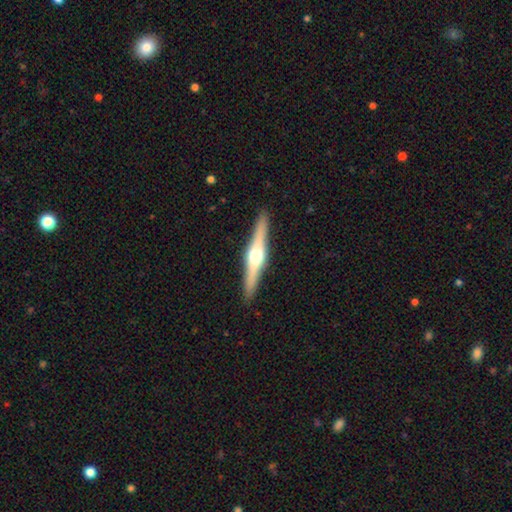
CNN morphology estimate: featured or disk 79%, smooth 16%, star or artifact 5%. Down the decision tree: edge-on disk — yes (98%); edge-on bulge — rounded (95%); merging — none (92%).